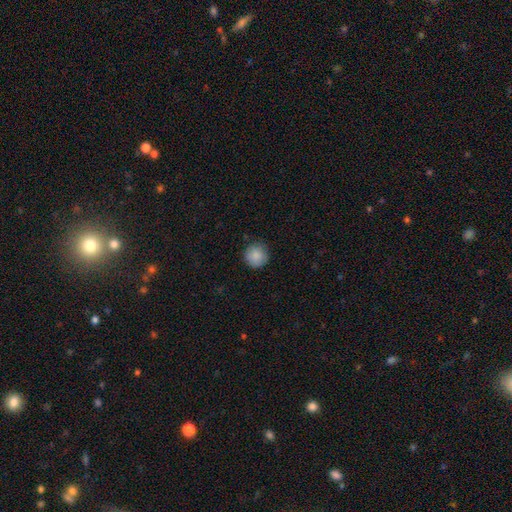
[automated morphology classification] Smooth or featured? smooth (87%)
How rounded? round (94%)
Merging? none (85%)